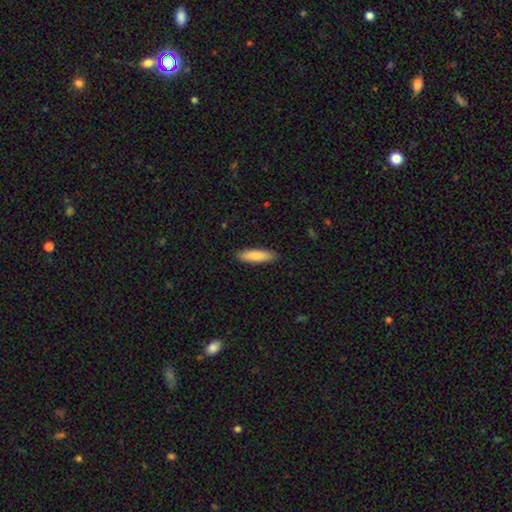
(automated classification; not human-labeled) A smooth galaxy with no disk features (80%) that is cigar-shaped (62%).

Vote fractions:
- Smooth or featured? smooth: 80% / featured or disk: 15% / star or artifact: 5%
- How rounded? cigar-shaped: 62% / in between: 36% / round: 2%
- Merging? none: 89% / minor disturbance: 8% / major disturbance: 2% / merger: 1%